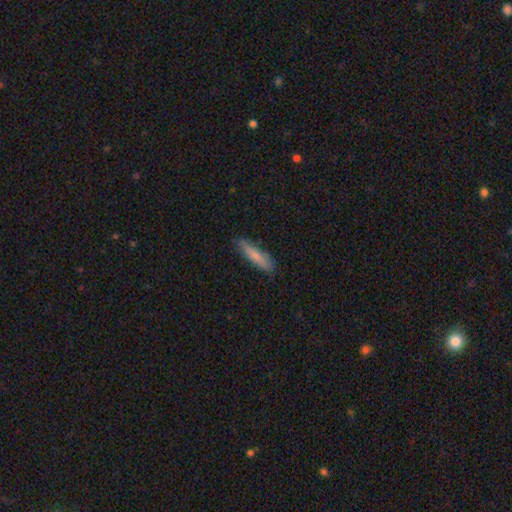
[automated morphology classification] A smooth galaxy with no disk features (78%) that is cigar-shaped (80%). Merging: none (84%).